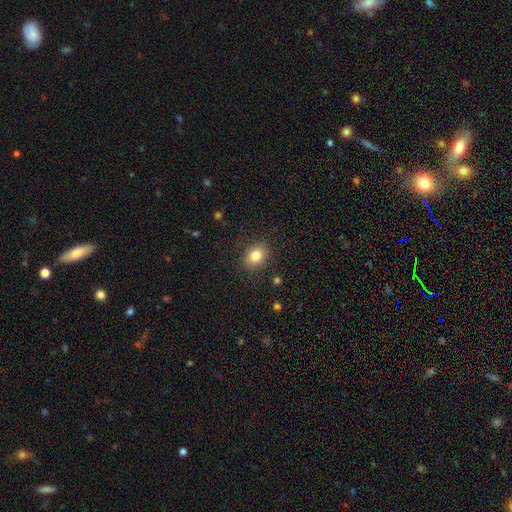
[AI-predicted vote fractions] Overall: smooth (82%). How rounded: in between (51%; round 48%). Merging: none (88%).